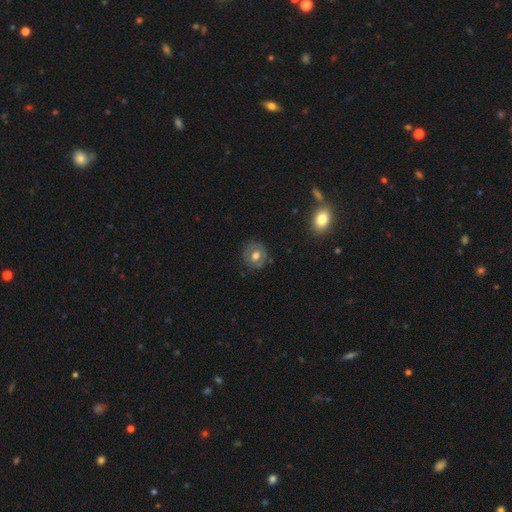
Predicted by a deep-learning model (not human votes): The model was most divided on "smooth or featured": smooth: 54%, featured or disk: 36%, star or artifact: 10%. More confident: merging — none (82%); how rounded — round (81%).